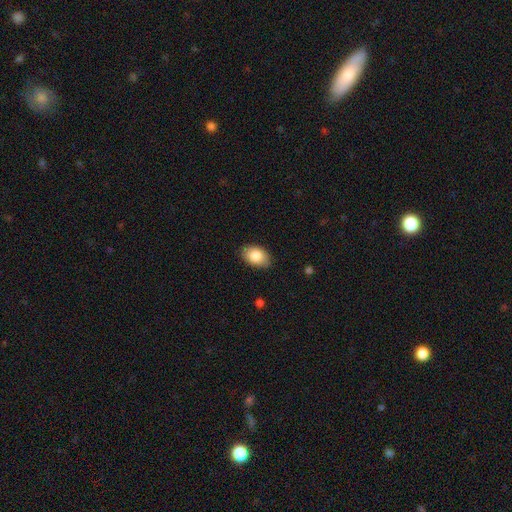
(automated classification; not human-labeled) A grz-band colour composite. It shows a smooth galaxy with no disk features (85%) that is in between round and cigar-shaped (88%). Merging: none (84%).